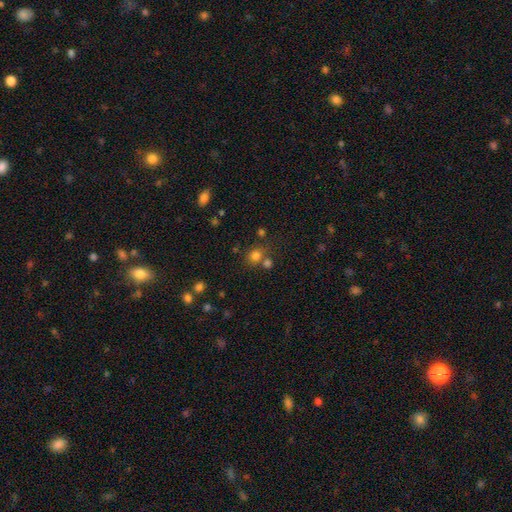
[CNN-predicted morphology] Q: Smooth or featured?
A: smooth (76%); runner-up: star or artifact (18%)
Q: How rounded?
A: round (82%); runner-up: in between (17%)
Q: Merging?
A: none (63%); runner-up: merger (23%)